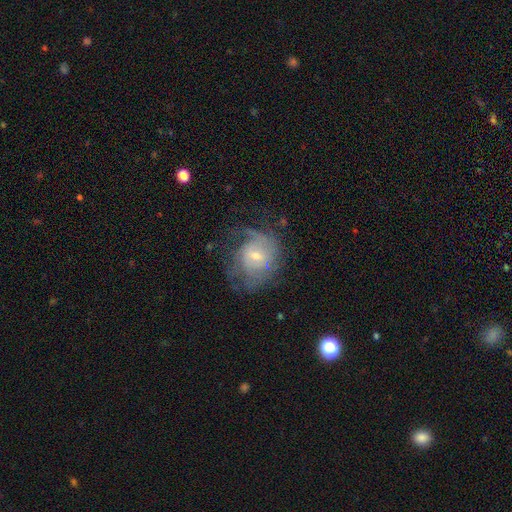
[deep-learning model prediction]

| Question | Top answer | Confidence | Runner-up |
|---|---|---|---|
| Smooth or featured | featured or disk | 72% | smooth (20%) |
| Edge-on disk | no | 97% | yes (3%) |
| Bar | weak | 46% | no (45%) |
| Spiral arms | yes | 82% | no (18%) |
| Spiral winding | tight | 42% | medium (36%) |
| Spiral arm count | can't tell | 42% | 2 (23%) |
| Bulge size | small | 55% | moderate (39%) |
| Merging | none | 49% | major disturbance (27%) |